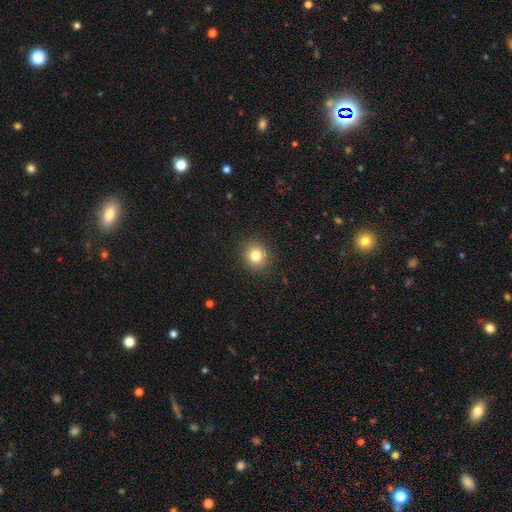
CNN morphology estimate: Smooth or featured?
  - smooth: 81% *
  - star or artifact: 12%
  - featured or disk: 8%
How rounded?
  - round: 86% *
  - in between: 13%
  - cigar-shaped: 1%
Merging?
  - none: 91% *
  - minor disturbance: 6%
  - major disturbance: 2%
  - merger: 1%